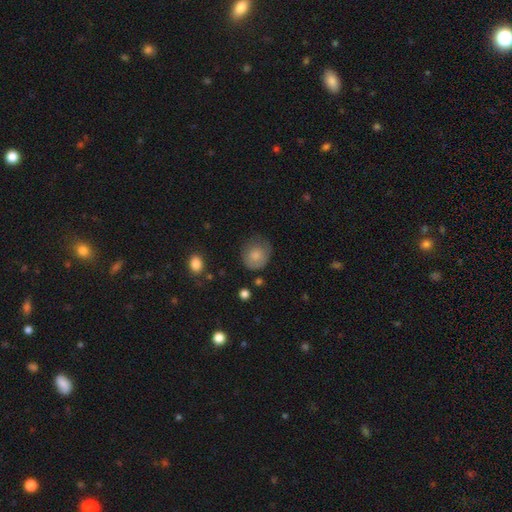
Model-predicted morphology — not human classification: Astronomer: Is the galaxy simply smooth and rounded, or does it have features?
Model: smooth — 77%.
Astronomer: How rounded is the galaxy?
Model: round — 74%.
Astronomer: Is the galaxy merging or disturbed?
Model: none — 58%.